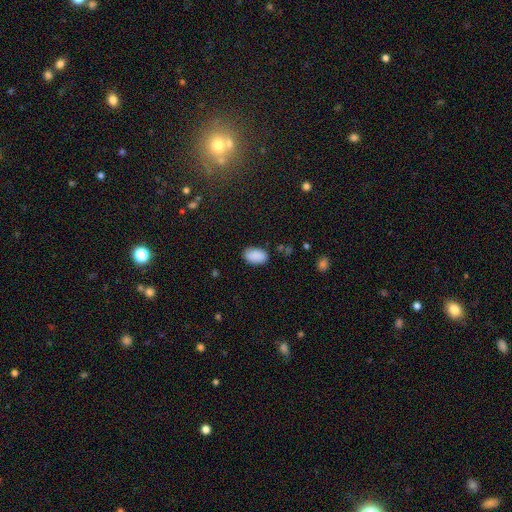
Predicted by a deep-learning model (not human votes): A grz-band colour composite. It shows a smooth galaxy with no disk features (90%) that is in between round and cigar-shaped (92%). Merging: none (84%).